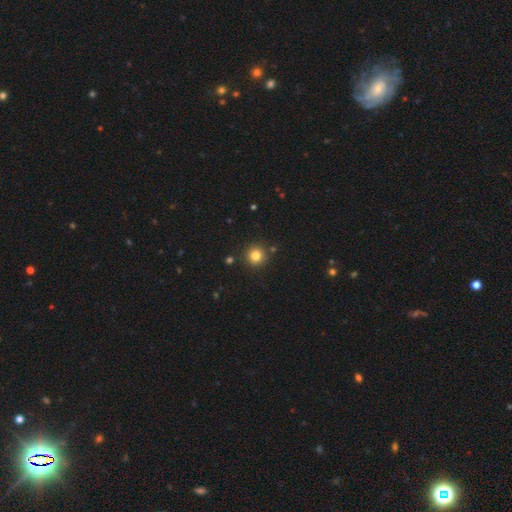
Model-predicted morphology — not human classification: Smooth or featured: smooth — 81% (star or artifact — 13%)
How rounded: round — 95% (in between — 4%)
Merging: none — 88% (minor disturbance — 6%)